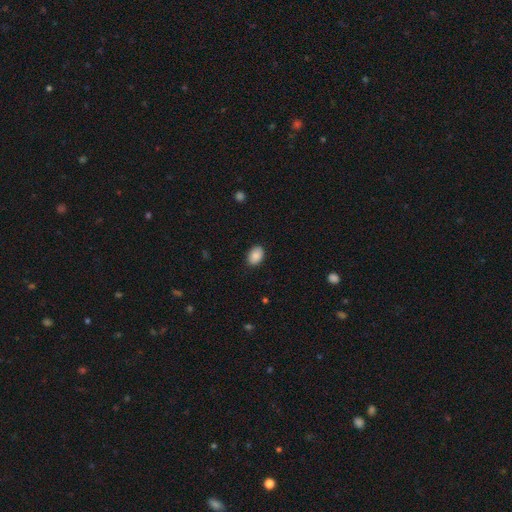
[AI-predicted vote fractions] smooth-or-featured: smooth: 89% | star or artifact: 7% | featured or disk: 4%
  how-rounded: in between: 83% | round: 16% | cigar-shaped: 1%
  merging: none: 87% | minor disturbance: 10% | major disturbance: 2% | merger: 1%